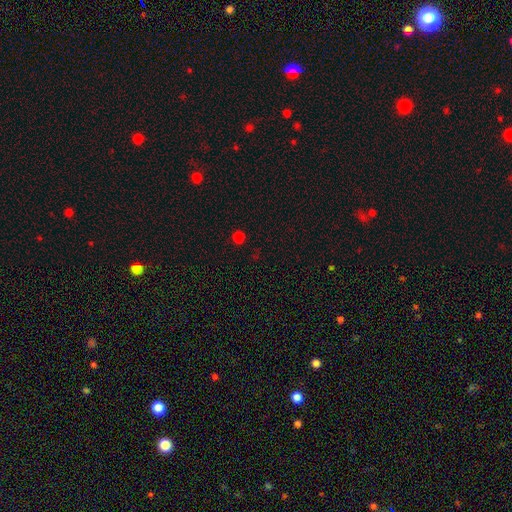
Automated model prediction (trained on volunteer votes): smooth-or-featured: smooth: 64% | star or artifact: 32% | featured or disk: 4%
  how-rounded: round: 93% | in between: 6% | cigar-shaped: 1%
  merging: none: 90% | minor disturbance: 6% | major disturbance: 3% | merger: 2%